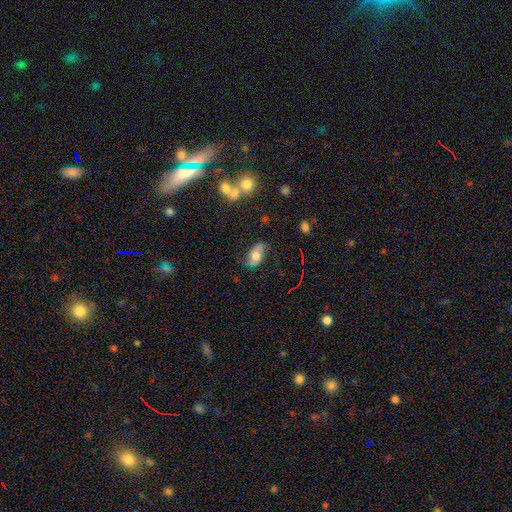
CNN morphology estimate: Smooth or featured? featured or disk (61%)
Edge-on disk? no (94%)
Bar? no (66%)
Spiral arms? yes (89%)
Spiral winding? loose (66%)
Spiral arm count? 2 (89%)
Bulge size? moderate (50%)
Merging? none (64%)